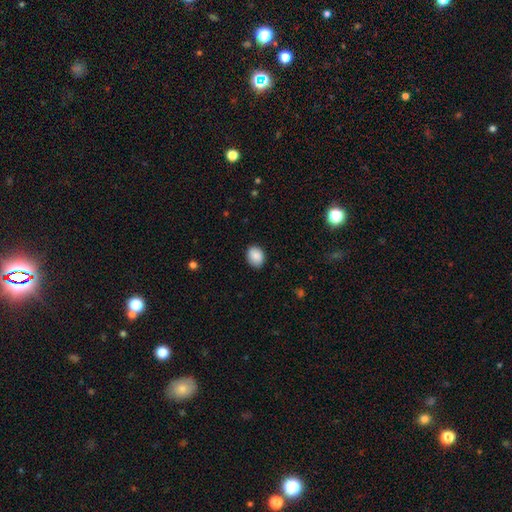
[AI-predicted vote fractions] The model was most divided on "how rounded": in between: 65%, round: 34%, cigar-shaped: 1%. More confident: smooth or featured — smooth (89%); merging — none (87%).